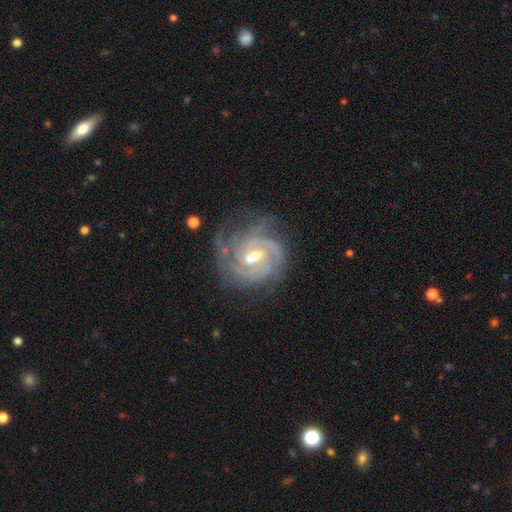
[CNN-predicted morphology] This appears to be a featured or disk galaxy (91%) with a weak bar (55%), 3 (37%) tight (69%) spiral arms (98%) and a moderate central bulge (57%). Merging: none (68%).